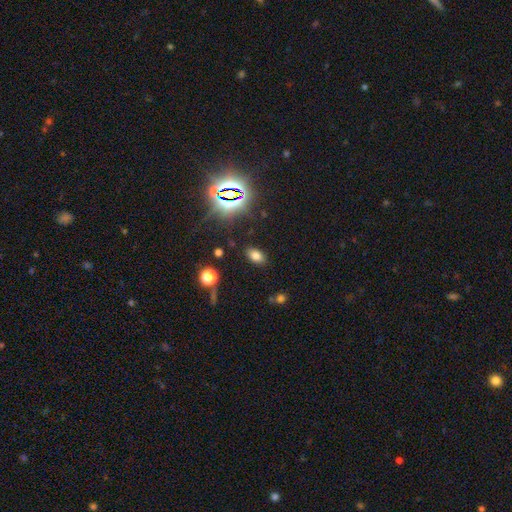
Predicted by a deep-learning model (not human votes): smooth 72%, star or artifact 20%, featured or disk 8%. Down the decision tree: how rounded — in between (89%); merging — none (85%).